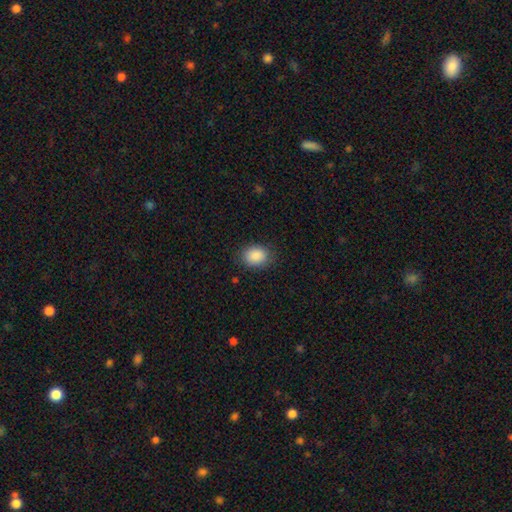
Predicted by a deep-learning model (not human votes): Smooth or featured? smooth (89%)
How rounded? in between (62%)
Merging? none (83%)